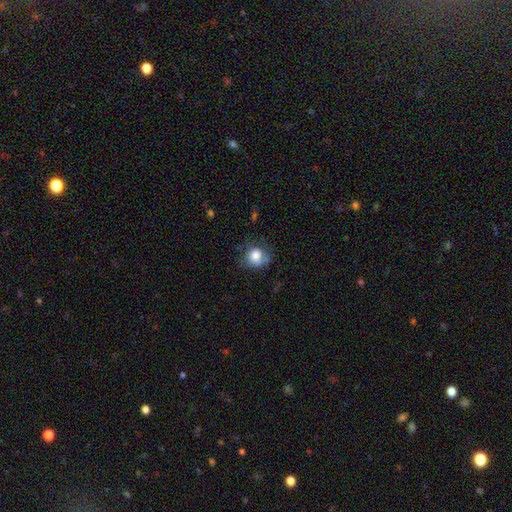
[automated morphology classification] This is likely a smooth galaxy (75%). How rounded: likely round (74%). Merging: possibly none (56%).